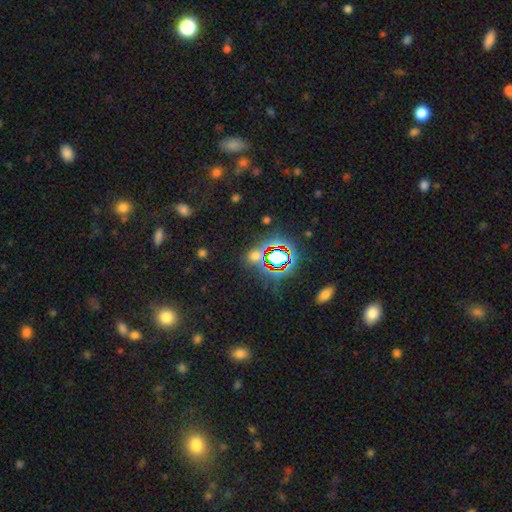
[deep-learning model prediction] A star or artifact, not a galaxy (55%).

Vote fractions:
- Smooth or featured? star or artifact: 55% / smooth: 36% / featured or disk: 9%